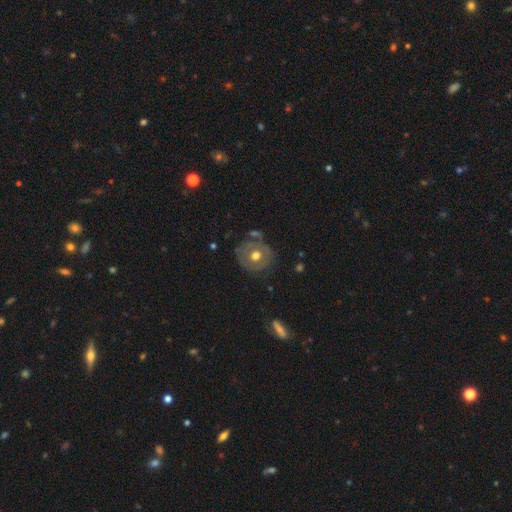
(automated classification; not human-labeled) smooth_or_featured: smooth (p=0.49) [alt: featured or disk p=0.43]
merging: none (p=0.72) [alt: minor disturbance p=0.16]